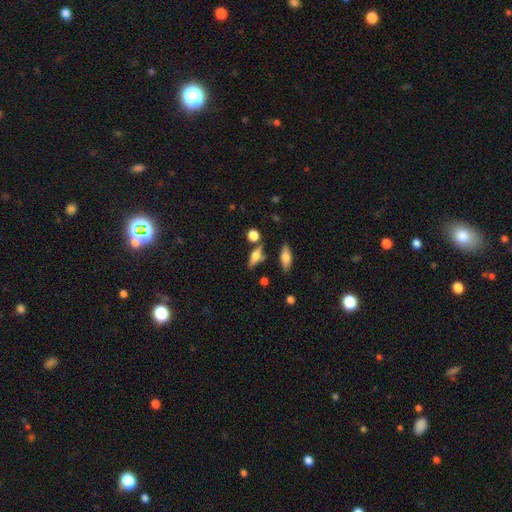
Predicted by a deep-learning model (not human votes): Smooth or featured: smooth — 53% (featured or disk — 37%)
How rounded: in between — 53% (cigar-shaped — 36%)
Merging: none — 70% (minor disturbance — 15%)